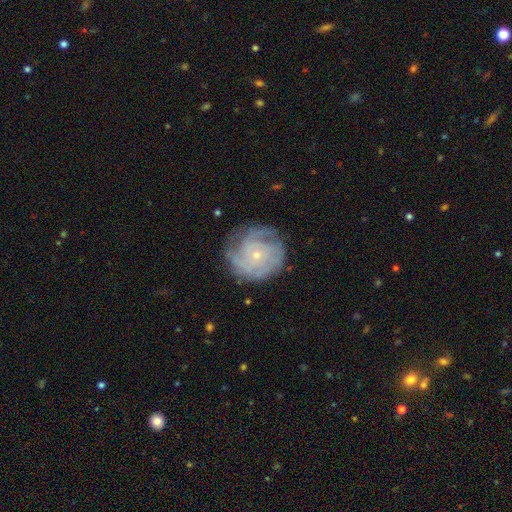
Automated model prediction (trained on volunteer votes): Q: Smooth or featured?
A: featured or disk (80%); runner-up: smooth (12%)
Q: Edge-on disk?
A: no (97%); runner-up: yes (3%)
Q: Bar?
A: no (80%); runner-up: weak (17%)
Q: Spiral arms?
A: yes (95%); runner-up: no (5%)
Q: Spiral winding?
A: tight (69%); runner-up: medium (25%)
Q: Spiral arm count?
A: can't tell (30%); runner-up: 3 (23%)
Q: Bulge size?
A: small (82%); runner-up: moderate (14%)
Q: Merging?
A: none (76%); runner-up: minor disturbance (16%)